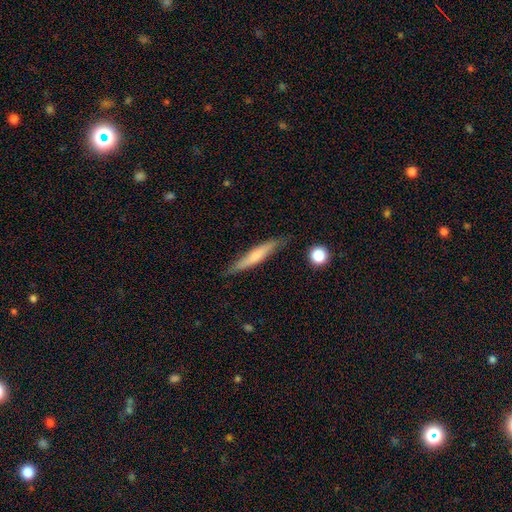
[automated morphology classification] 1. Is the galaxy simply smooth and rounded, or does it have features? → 61% smooth, 33% featured or disk, 6% star or artifact.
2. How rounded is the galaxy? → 91% cigar-shaped, 7% in between, 1% round.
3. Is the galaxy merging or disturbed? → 81% none, 15% minor disturbance, 3% major disturbance, 2% merger.